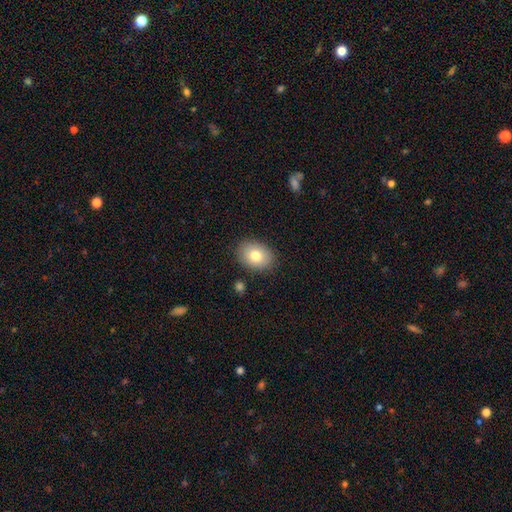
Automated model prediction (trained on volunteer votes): This is likely a smooth galaxy (78%). How rounded: likely in between (71%). Merging: clearly none (85%).